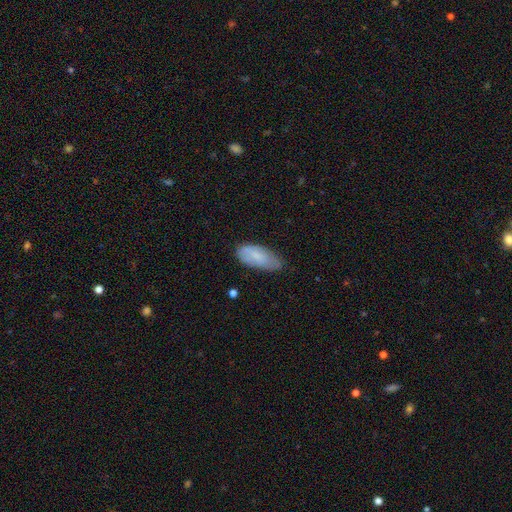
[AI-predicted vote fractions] The model was most divided on "merging": none: 61%, minor disturbance: 31%, major disturbance: 6%, merger: 2%. More confident: how rounded — in between (86%); smooth or featured — smooth (72%).